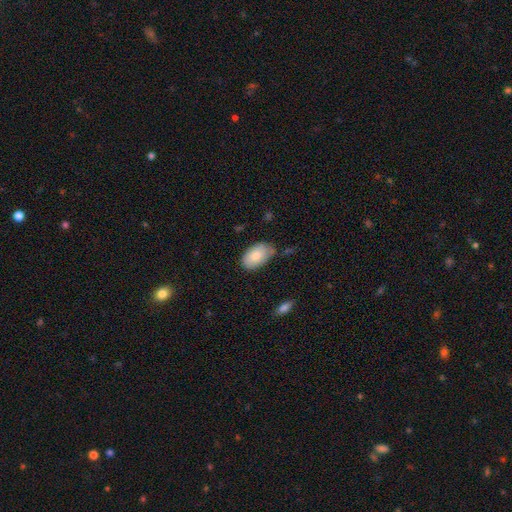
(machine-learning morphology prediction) Smooth or featured? smooth (83%)
How rounded? in between (94%)
Merging? none (67%)